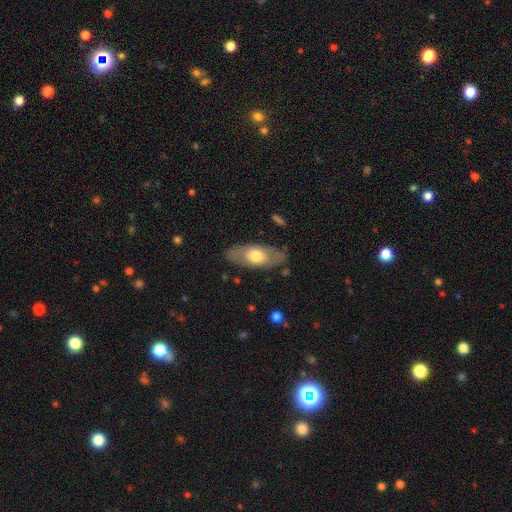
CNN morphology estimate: This appears to be a smooth galaxy with no disk features (57%) that is in between round and cigar-shaped (86%). Merging: none (80%).